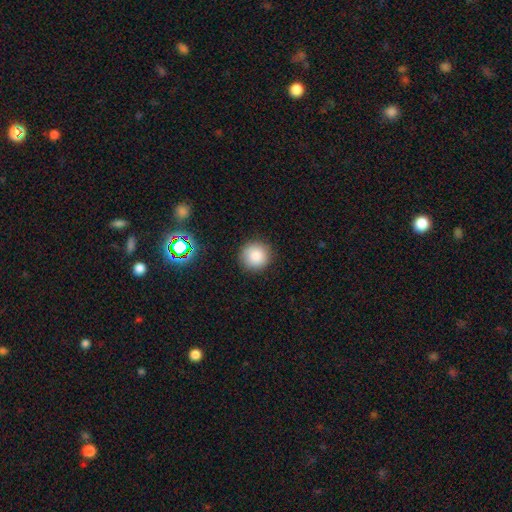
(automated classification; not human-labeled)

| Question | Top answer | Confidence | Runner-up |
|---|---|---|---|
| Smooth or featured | smooth | 85% | star or artifact (9%) |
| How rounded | round | 95% | in between (4%) |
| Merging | none | 91% | minor disturbance (6%) |